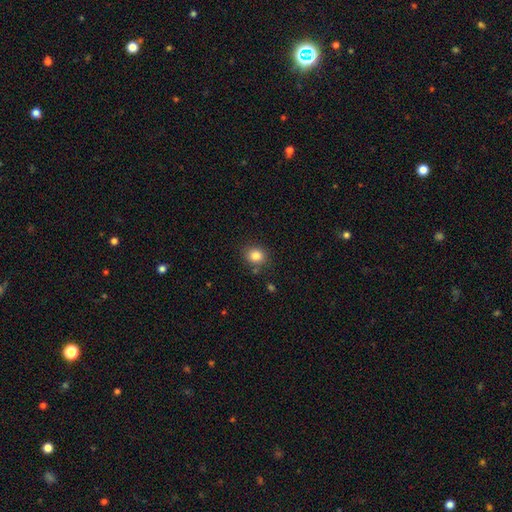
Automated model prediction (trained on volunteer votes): Overall: smooth (84%). How rounded: round (73%). Merging: none (83%).